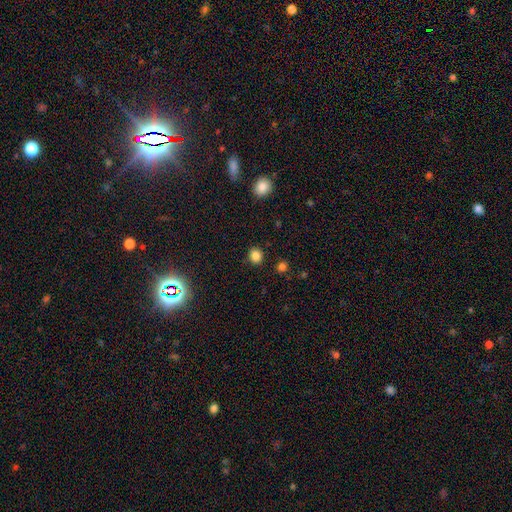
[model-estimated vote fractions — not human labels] A smooth galaxy with no disk features (83%) that is round (78%).

Vote fractions:
- Smooth or featured? smooth: 83% / star or artifact: 13% / featured or disk: 4%
- How rounded? round: 78% / in between: 21% / cigar-shaped: 1%
- Merging? none: 90% / minor disturbance: 6% / major disturbance: 2% / merger: 2%